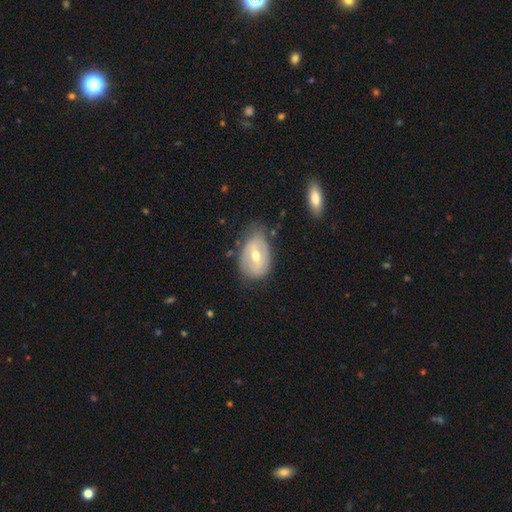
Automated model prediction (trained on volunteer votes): Overall: featured or disk (55%; smooth 39%). Edge-on disk: no (92%). Bar: weak (42%; no 30%). Spiral arms: no (63%; yes 37%). Bulge size: moderate (71%). Merging: none (63%; minor disturbance 27%).